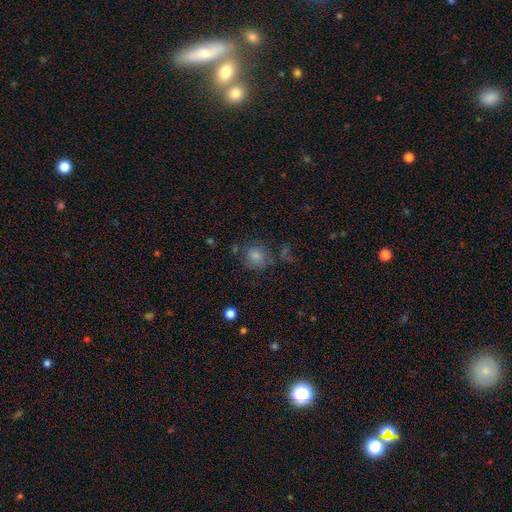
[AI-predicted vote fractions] Overall: smooth (61%; star or artifact 22%). How rounded: round (80%). Merging: none (66%).